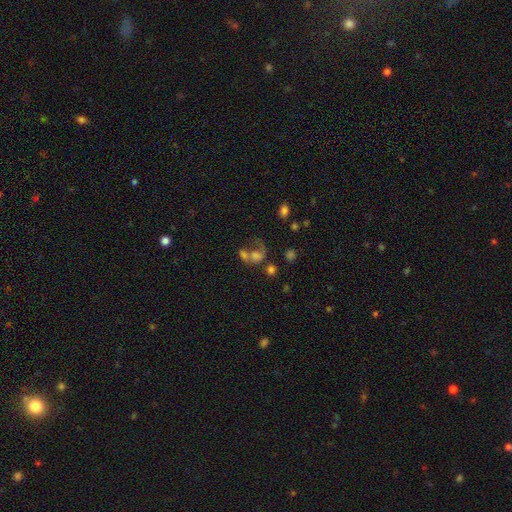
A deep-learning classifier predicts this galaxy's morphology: This appears to be a smooth galaxy with no disk features (48%). Merging: merger (50%).